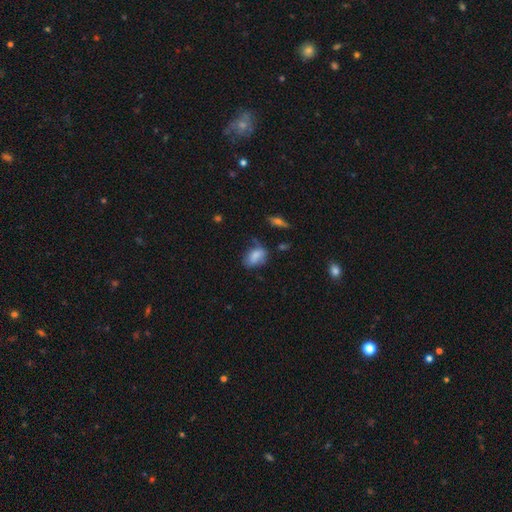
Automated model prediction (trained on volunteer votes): A smooth galaxy with no disk features (73%) that is in between round and cigar-shaped (83%).

Vote fractions:
- Smooth or featured? smooth: 73% / featured or disk: 17% / star or artifact: 10%
- How rounded? in between: 83% / round: 13% / cigar-shaped: 3%
- Merging? none: 46% / minor disturbance: 34% / major disturbance: 15% / merger: 5%